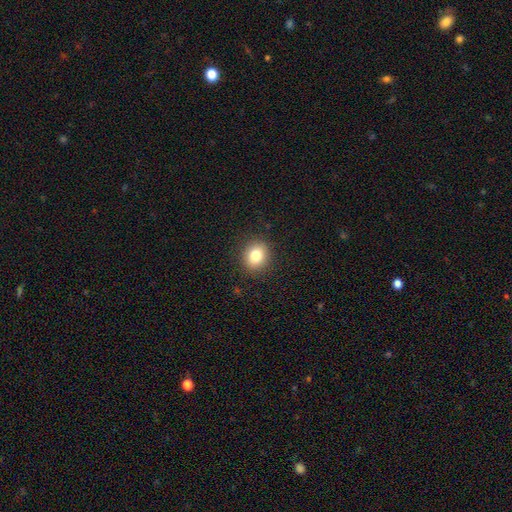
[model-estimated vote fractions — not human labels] Smooth or featured: smooth — 81% (star or artifact — 11%)
How rounded: round — 70% (in between — 29%)
Merging: none — 90% (minor disturbance — 7%)